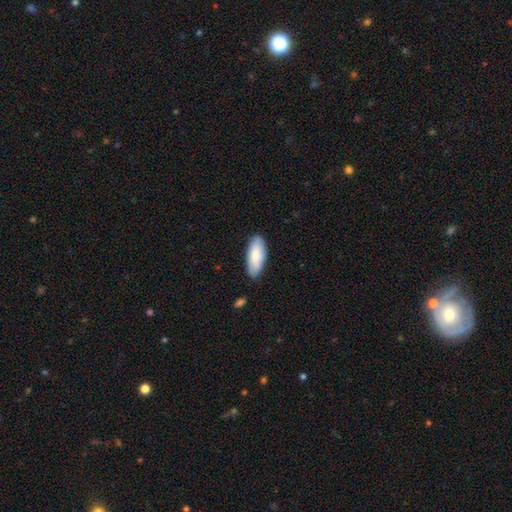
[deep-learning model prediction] Smooth or featured?
  - smooth: 84% *
  - featured or disk: 11%
  - star or artifact: 5%
How rounded?
  - in between: 79% *
  - cigar-shaped: 19%
  - round: 2%
Merging?
  - none: 83% *
  - minor disturbance: 13%
  - major disturbance: 2%
  - merger: 2%